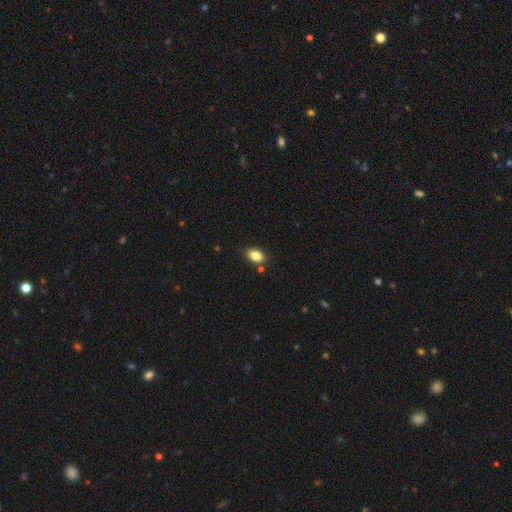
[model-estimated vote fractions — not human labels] This is clearly a smooth galaxy (86%). How rounded: clearly in between (89%). Merging: clearly none (82%).